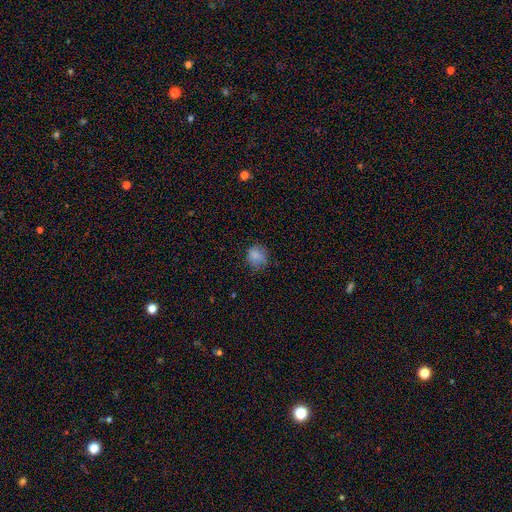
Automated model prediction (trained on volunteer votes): Smooth or featured? smooth (82%)
How rounded? round (75%)
Merging? none (66%)